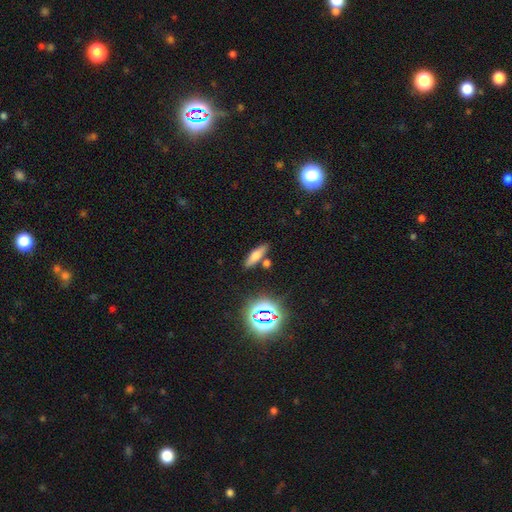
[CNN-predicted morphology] type=smooth (61%); roundness=cigar-shaped (56%); merging=none (77%).